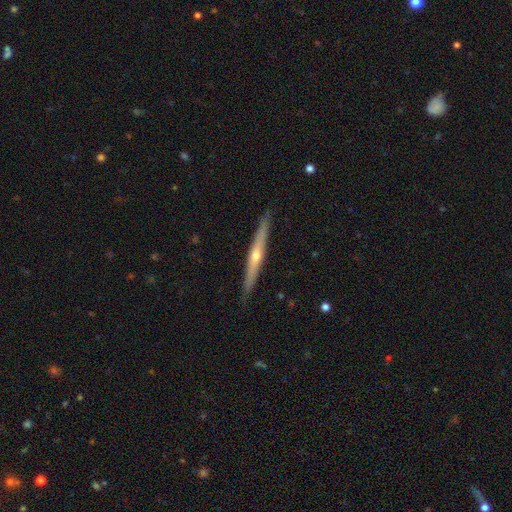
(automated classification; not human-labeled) Morphology: type=featured or disk (75%); edge-on=yes (97%); edge-on bulge=rounded (82%); merging=none (91%).